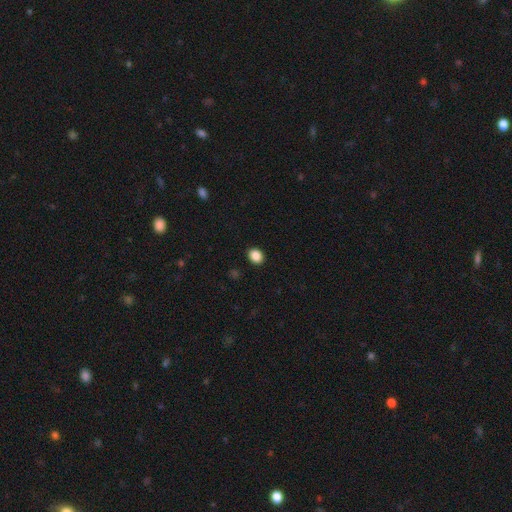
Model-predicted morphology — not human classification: smooth 88%, star or artifact 9%, featured or disk 3%. Down the decision tree: how rounded — in between (50%); merging — none (91%).